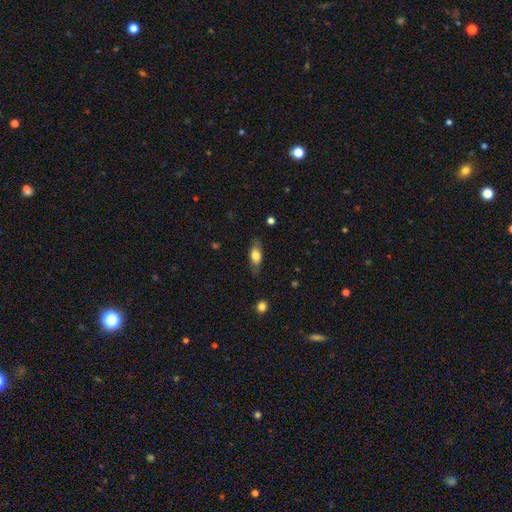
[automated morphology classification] type=smooth (67%); roundness=in between (76%); merging=none (75%).